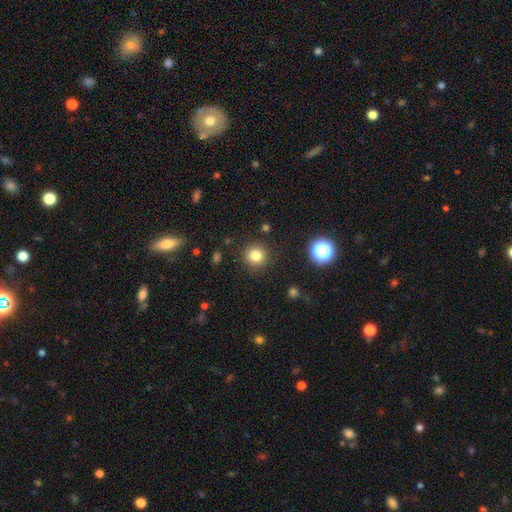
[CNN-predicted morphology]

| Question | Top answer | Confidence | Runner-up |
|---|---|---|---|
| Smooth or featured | smooth | 81% | star or artifact (13%) |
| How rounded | round | 93% | in between (6%) |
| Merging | none | 90% | minor disturbance (6%) |